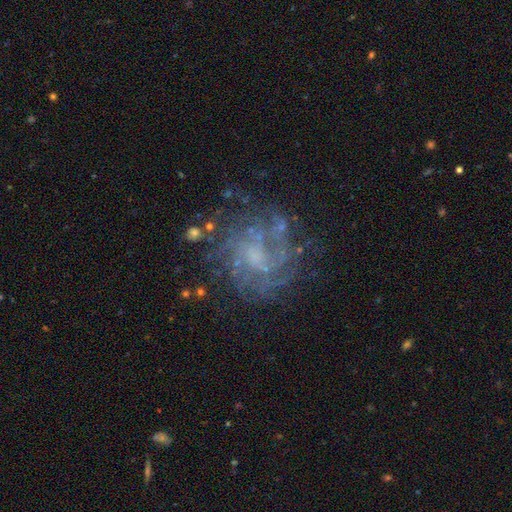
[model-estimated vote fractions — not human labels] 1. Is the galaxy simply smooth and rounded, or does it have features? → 78% featured or disk, 11% star or artifact, 11% smooth.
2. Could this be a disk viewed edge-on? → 98% no, 2% yes.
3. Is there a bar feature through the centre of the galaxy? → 64% no, 31% weak, 5% strong.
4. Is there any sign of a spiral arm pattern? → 85% yes, 15% no.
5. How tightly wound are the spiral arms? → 52% tight, 35% medium, 13% loose.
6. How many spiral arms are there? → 44% can't tell, 15% 3, 15% 4, 11% 2, 9% more than 4, 6% 1.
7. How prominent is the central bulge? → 36% small (tied), 36% none (tied), 24% moderate, 3% large, 1% dominant.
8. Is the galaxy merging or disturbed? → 68% none, 16% minor disturbance, 13% major disturbance, 3% merger.